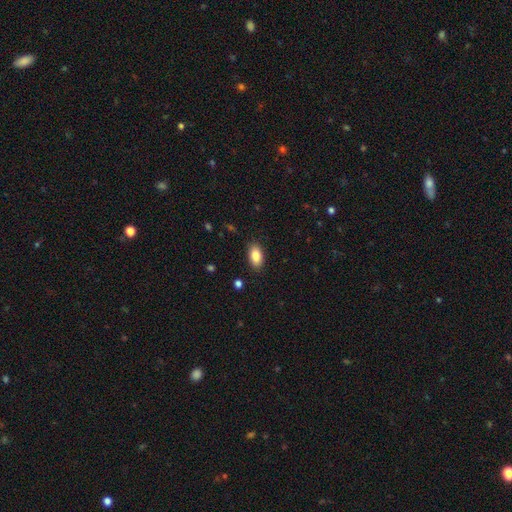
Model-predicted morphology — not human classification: A smooth galaxy with no disk features (86%) that is in between round and cigar-shaped (91%). Merging: none (88%).